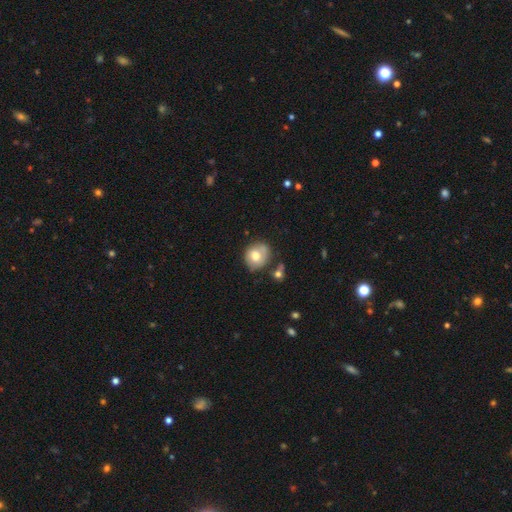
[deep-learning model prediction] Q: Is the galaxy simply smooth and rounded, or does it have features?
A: smooth — 68%.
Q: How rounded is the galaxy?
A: round — 71%.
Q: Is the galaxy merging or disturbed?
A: none — 58%.